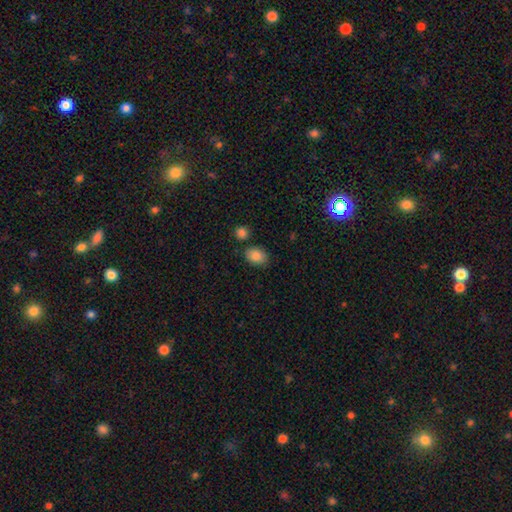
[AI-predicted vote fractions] A smooth galaxy with no disk features (85%) that is in between round and cigar-shaped (73%).

Vote fractions:
- Smooth or featured? smooth: 85% / star or artifact: 8% / featured or disk: 6%
- How rounded? in between: 73% / round: 26% / cigar-shaped: 1%
- Merging? none: 78% / minor disturbance: 12% / merger: 7% / major disturbance: 3%